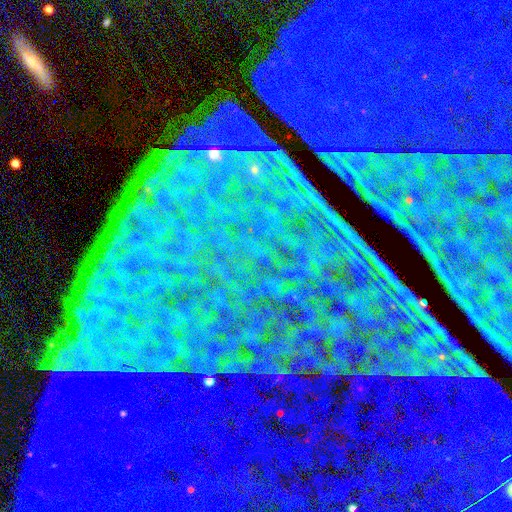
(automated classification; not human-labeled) Q: Smooth or featured?
A: star or artifact (87%); runner-up: featured or disk (7%)